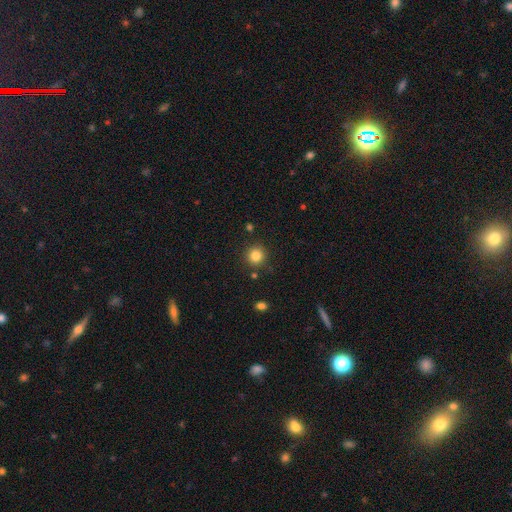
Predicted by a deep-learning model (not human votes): A smooth galaxy with no disk features (83%) that is round (93%). Merging: none (86%).